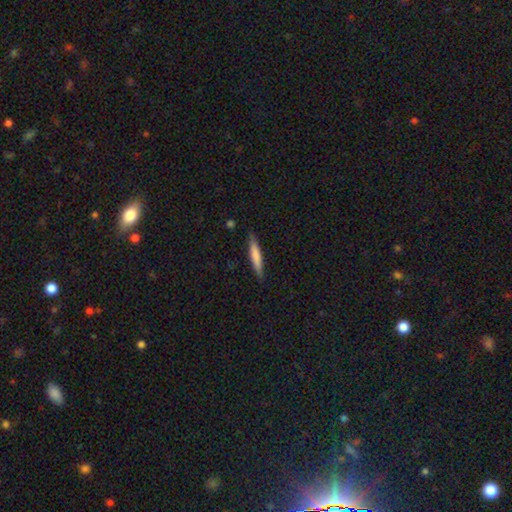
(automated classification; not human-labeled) Smooth or featured? Predicted: smooth (p=0.71). How rounded? Predicted: cigar-shaped (p=0.91). Merging? Predicted: none (p=0.86).